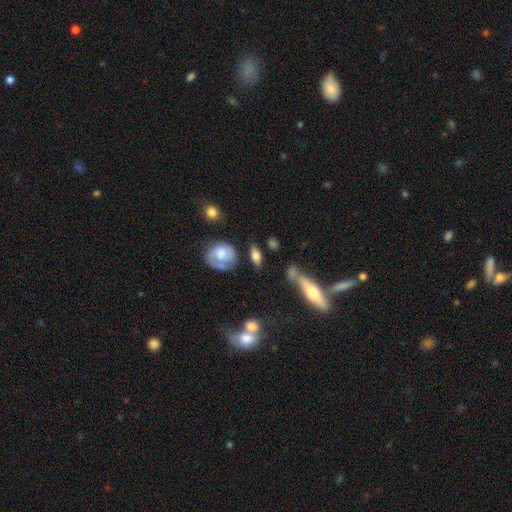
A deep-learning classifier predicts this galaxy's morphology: Q: Smooth or featured?
A: smooth (67%); runner-up: featured or disk (25%)
Q: How rounded?
A: in between (74%); runner-up: cigar-shaped (16%)
Q: Merging?
A: none (62%); runner-up: minor disturbance (18%)